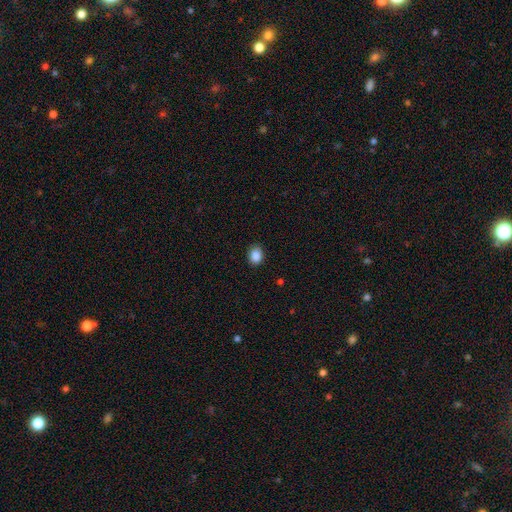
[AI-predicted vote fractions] Smooth or featured?
  - smooth: 88% *
  - star or artifact: 9%
  - featured or disk: 3%
How rounded?
  - in between: 50% *
  - round: 49%
  - cigar-shaped: 1%
Merging?
  - none: 89% *
  - minor disturbance: 8%
  - major disturbance: 2%
  - merger: 1%